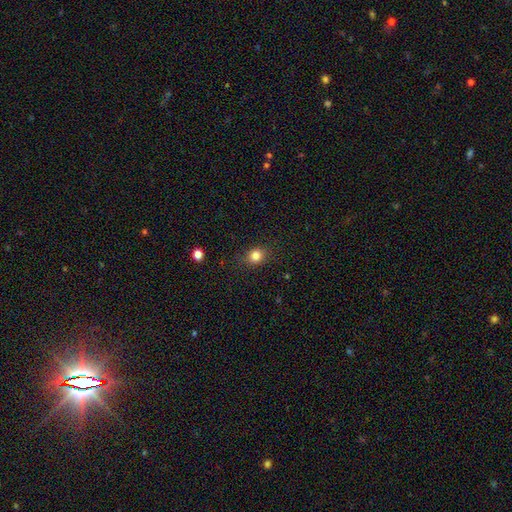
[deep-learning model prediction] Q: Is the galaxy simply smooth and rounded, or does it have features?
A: smooth — 83%.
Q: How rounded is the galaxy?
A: round — 65%.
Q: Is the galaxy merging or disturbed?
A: none — 84%.